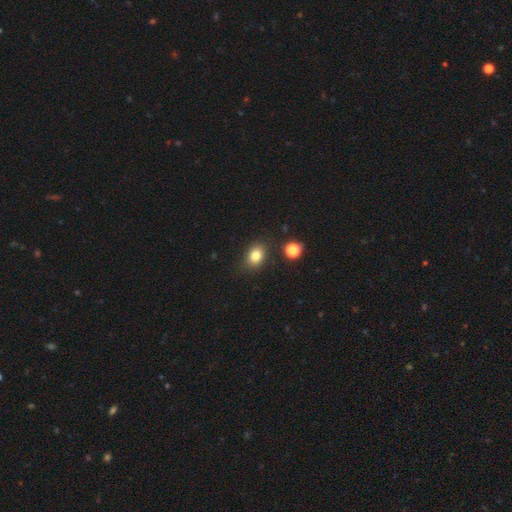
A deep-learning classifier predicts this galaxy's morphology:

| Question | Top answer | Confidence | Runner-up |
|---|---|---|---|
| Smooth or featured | smooth | 81% | star or artifact (11%) |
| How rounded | in between | 61% | round (38%) |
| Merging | none | 83% | minor disturbance (11%) |